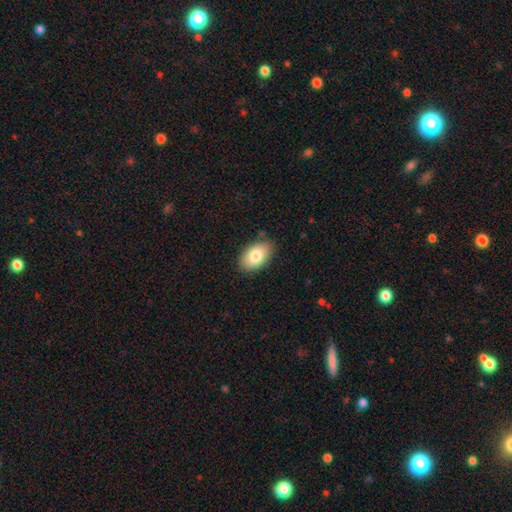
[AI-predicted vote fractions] Overall: smooth (81%). How rounded: in between (91%). Merging: none (83%).